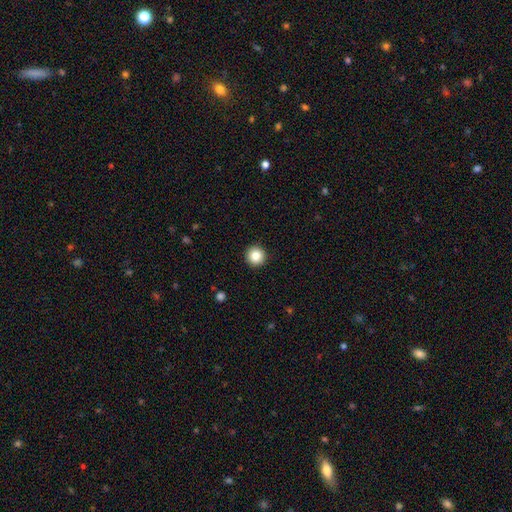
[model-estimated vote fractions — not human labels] smooth 84%, star or artifact 10%, featured or disk 5%. Down the decision tree: how rounded — round (96%); merging — none (93%).